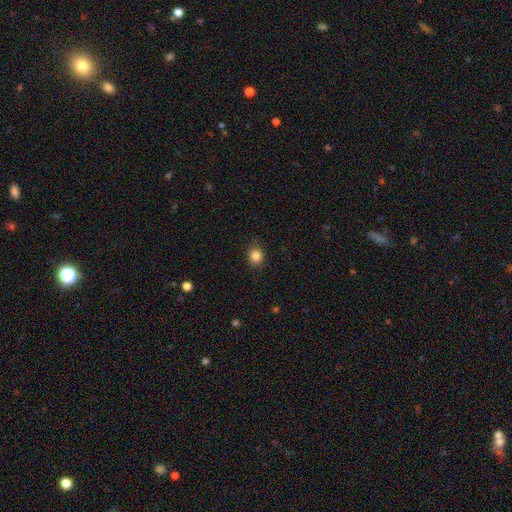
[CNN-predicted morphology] A smooth galaxy with no disk features (84%) that is round (70%).

Vote fractions:
- Smooth or featured? smooth: 84% / star or artifact: 11% / featured or disk: 5%
- How rounded? round: 70% / in between: 29% / cigar-shaped: 1%
- Merging? none: 83% / minor disturbance: 13% / major disturbance: 3% / merger: 1%